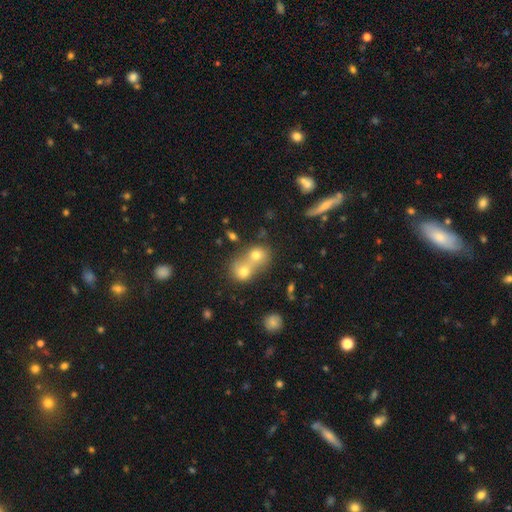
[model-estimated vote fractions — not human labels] Morphology: type=smooth (62%); roundness=round (76%); merging=merger (61%).